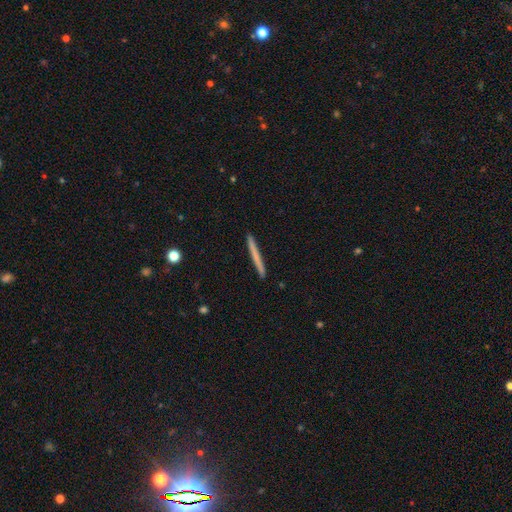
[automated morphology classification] Smooth or featured: smooth — 63% (featured or disk — 32%)
How rounded: cigar-shaped — 97% (in between — 1%)
Merging: none — 93% (minor disturbance — 5%)